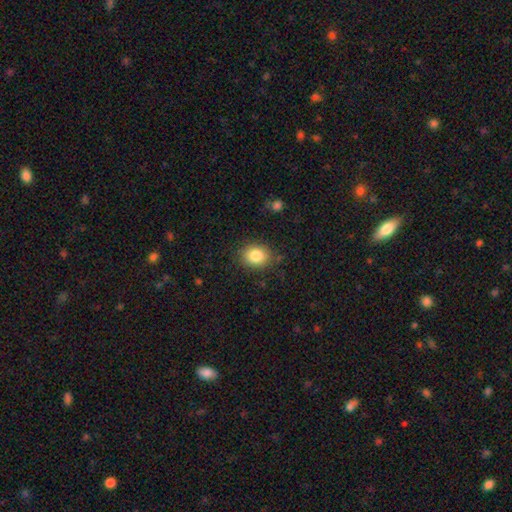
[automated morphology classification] The model was most divided on "how rounded": round: 53%, in between: 46%, cigar-shaped: 1%. More confident: merging — none (84%); smooth or featured — smooth (84%).